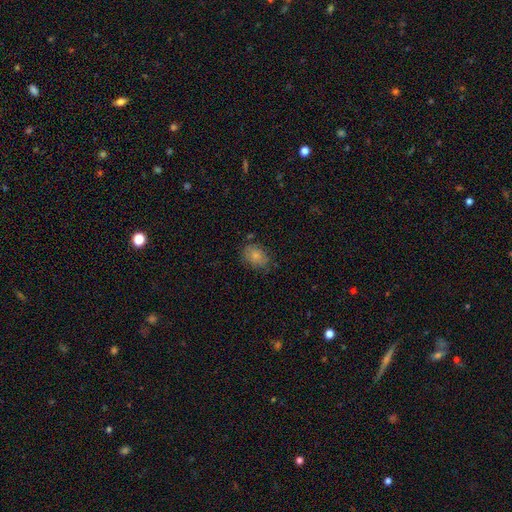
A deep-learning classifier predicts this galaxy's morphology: smooth_or_featured: smooth (p=0.78) [alt: featured or disk p=0.13]
how_rounded: in between (p=0.72) [alt: round p=0.27]
merging: none (p=0.71) [alt: minor disturbance p=0.21]